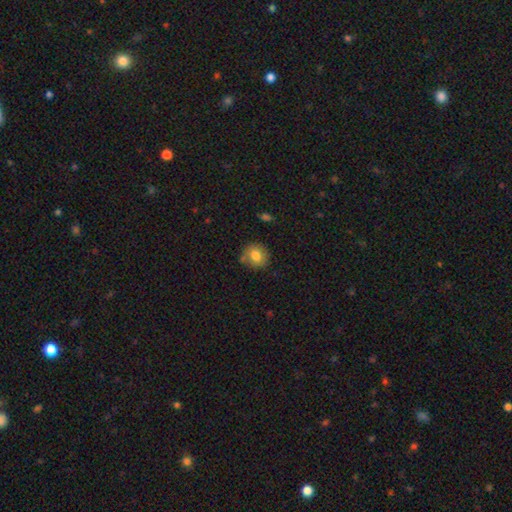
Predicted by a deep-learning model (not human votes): Smooth or featured? smooth (79%)
How rounded? round (80%)
Merging? none (77%)